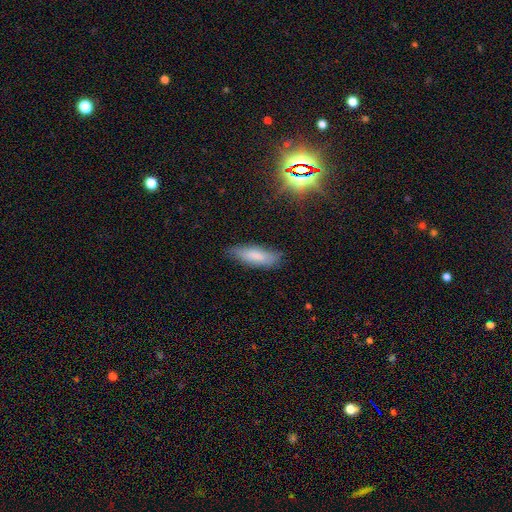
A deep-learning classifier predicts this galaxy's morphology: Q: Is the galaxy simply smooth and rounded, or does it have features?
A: smooth — 76%.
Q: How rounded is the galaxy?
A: in between — 51%.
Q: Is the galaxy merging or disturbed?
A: none — 76%.